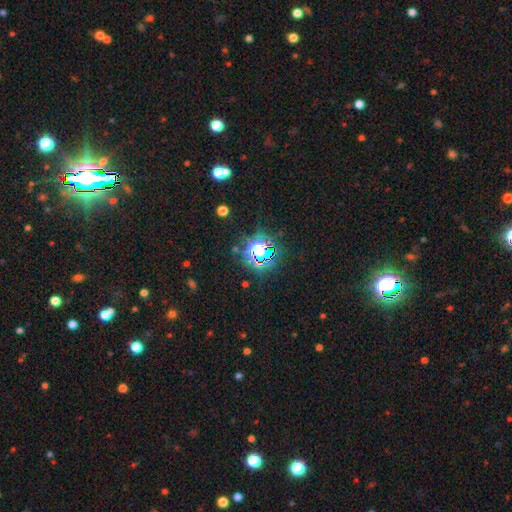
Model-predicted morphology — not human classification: star or artifact 78%, smooth 14%, featured or disk 8%.